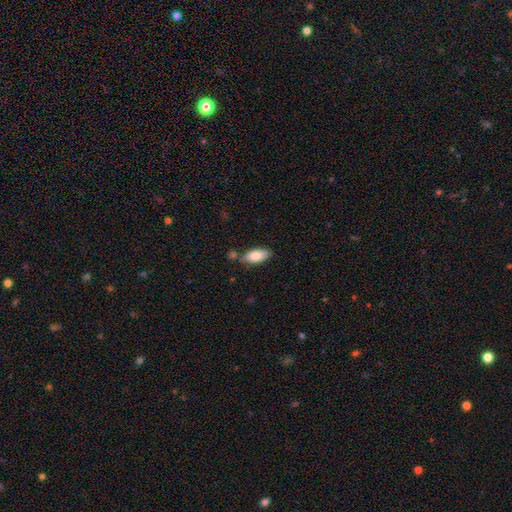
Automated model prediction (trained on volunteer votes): A smooth galaxy with no disk features (83%) that is in between round and cigar-shaped (88%). Merging: none (70%).